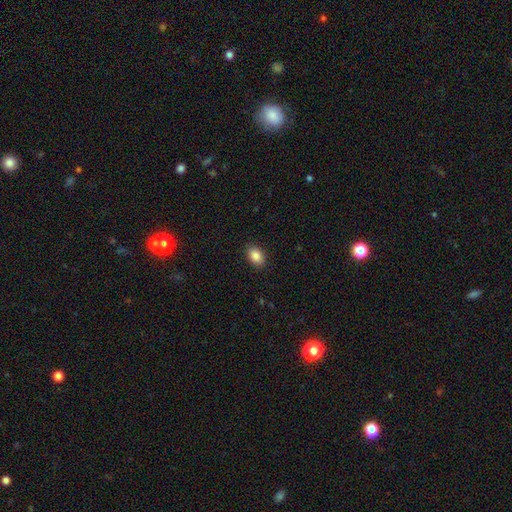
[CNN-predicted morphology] A smooth galaxy with no disk features (87%) that is in between round and cigar-shaped (81%).

Vote fractions:
- Smooth or featured? smooth: 87% / star or artifact: 8% / featured or disk: 5%
- How rounded? in between: 81% / round: 18% / cigar-shaped: 1%
- Merging? none: 89% / minor disturbance: 8% / major disturbance: 2% / merger: 1%